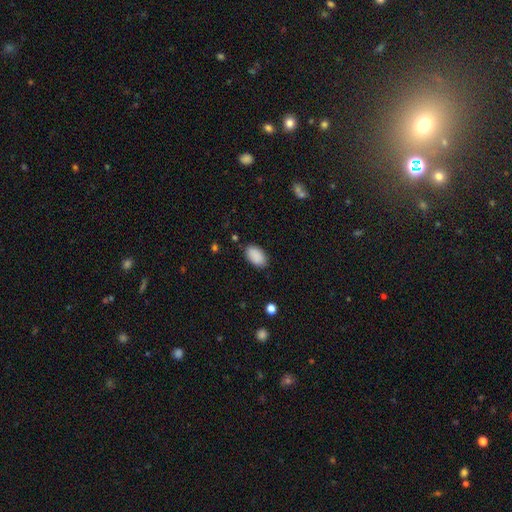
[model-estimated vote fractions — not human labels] Smooth or featured? smooth (90%)
How rounded? in between (94%)
Merging? none (84%)